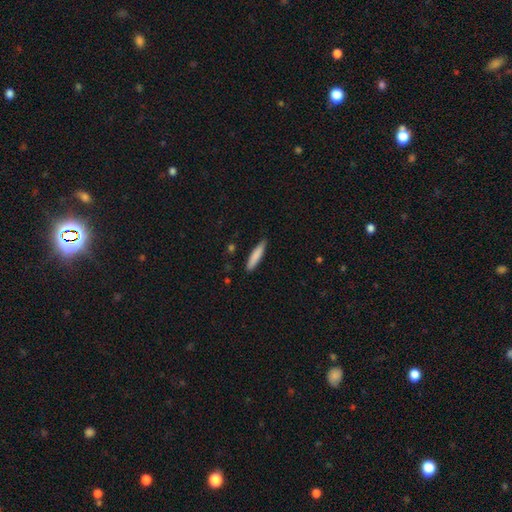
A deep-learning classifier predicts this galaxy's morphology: This is clearly a smooth galaxy (83%). How rounded: clearly cigar-shaped (87%). Merging: clearly none (86%).